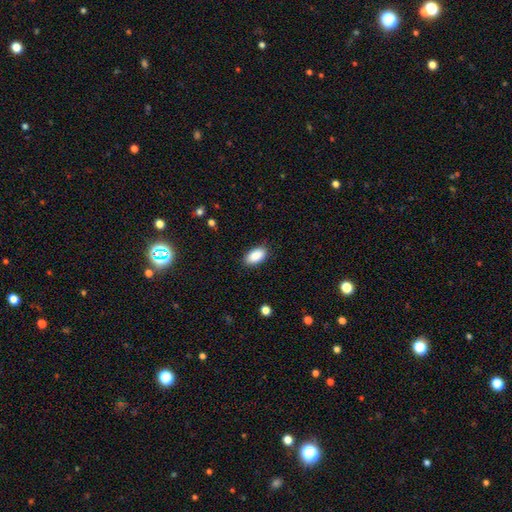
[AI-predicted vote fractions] The model was most divided on "merging": none: 87%, minor disturbance: 10%, major disturbance: 2%, merger: 1%. More confident: how rounded — in between (94%); smooth or featured — smooth (90%).